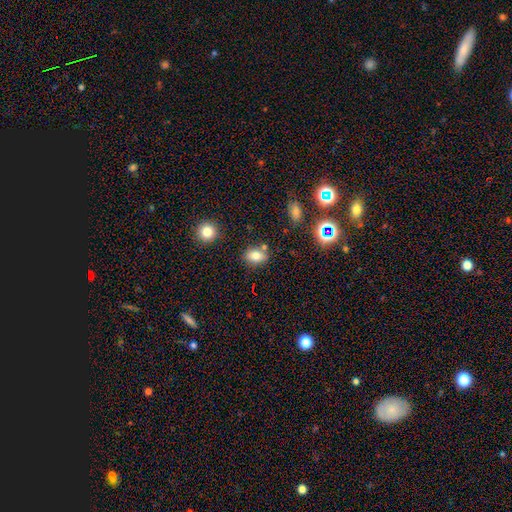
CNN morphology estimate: Smooth or featured? Predicted: smooth (p=0.79). How rounded? Predicted: in between (p=0.74). Merging? Predicted: none (p=0.75).